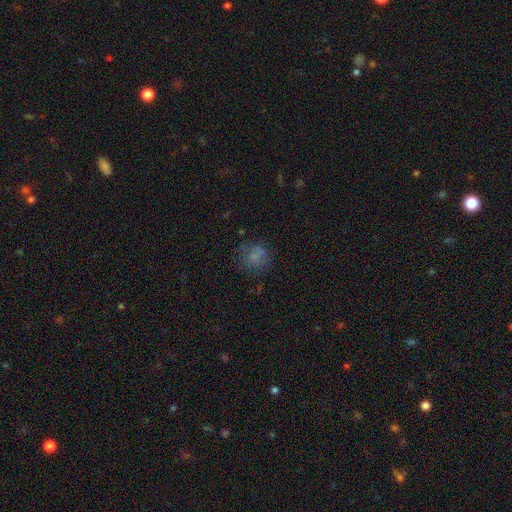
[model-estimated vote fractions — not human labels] This appears to be a smooth galaxy with no disk features (61%) that is round (69%). Merging: none (57%).